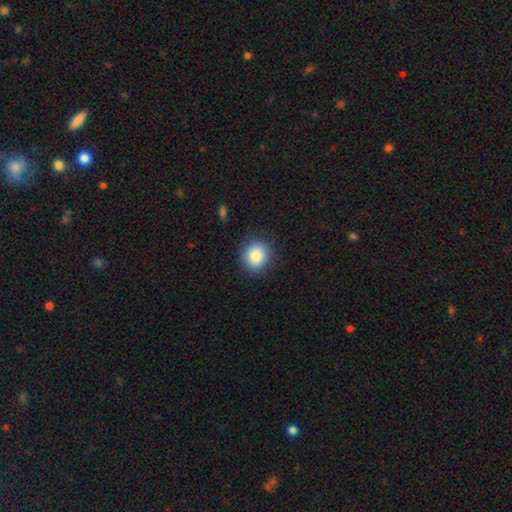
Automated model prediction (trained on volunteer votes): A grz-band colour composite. It shows a smooth galaxy with no disk features (85%) that is round (87%). Merging: none (88%).